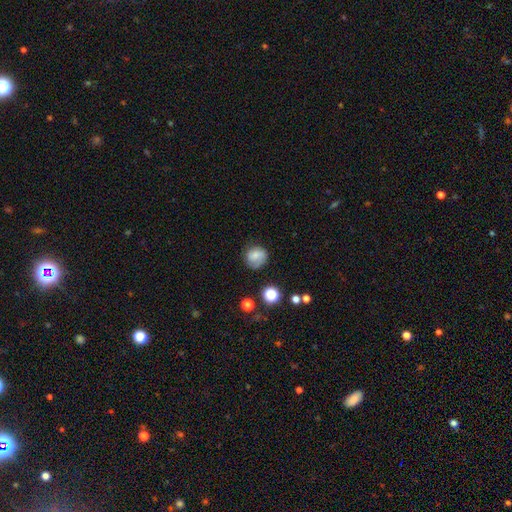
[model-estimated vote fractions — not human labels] smooth-or-featured: smooth: 61% | featured or disk: 28% | star or artifact: 11%
  how-rounded: round: 82% | in between: 17% | cigar-shaped: 1%
  merging: none: 67% | minor disturbance: 22% | major disturbance: 9% | merger: 2%